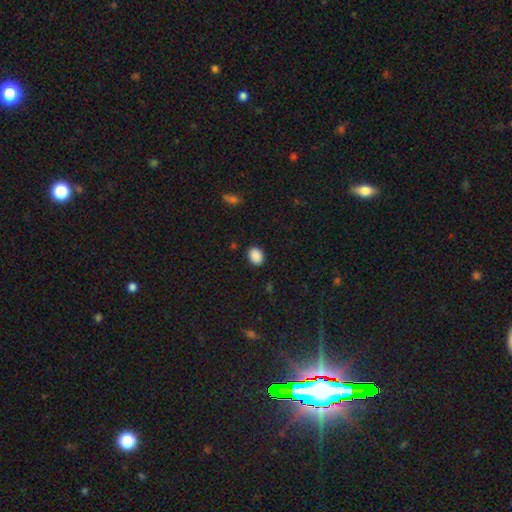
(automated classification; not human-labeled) Smooth or featured? Predicted: smooth (p=0.89). How rounded? Predicted: in between (p=0.63). Merging? Predicted: none (p=0.88).